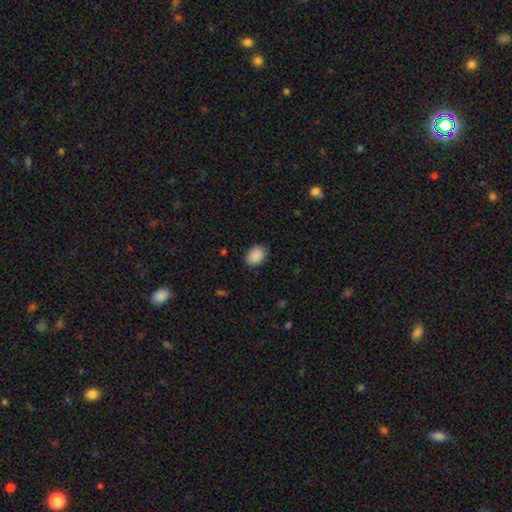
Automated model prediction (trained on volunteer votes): smooth_or_featured: smooth (p=0.90) [alt: star or artifact p=0.07]
how_rounded: in between (p=0.71) [alt: round p=0.28]
merging: none (p=0.82) [alt: minor disturbance p=0.14]